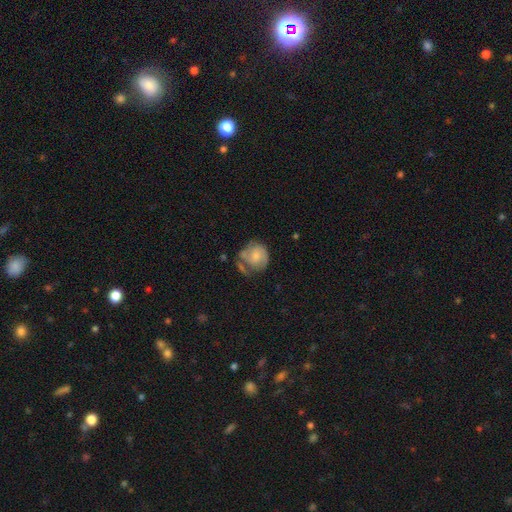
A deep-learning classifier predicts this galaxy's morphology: A featured or disk galaxy (54%) with no bar (70%), spiral arms (79%) and a small central bulge (45%).

Vote fractions:
- Smooth or featured? featured or disk: 54% / smooth: 39% / star or artifact: 7%
- Edge-on disk? no: 98% / yes: 2%
- Bar? no: 70% / weak: 25% / strong: 4%
- Spiral arms? yes: 79% / no: 21%
- Bulge size? small: 45% / moderate: 36% / none: 12% / large: 5% / dominant: 2%
- Merging? none: 44% / minor disturbance: 26% / major disturbance: 18% / merger: 12%